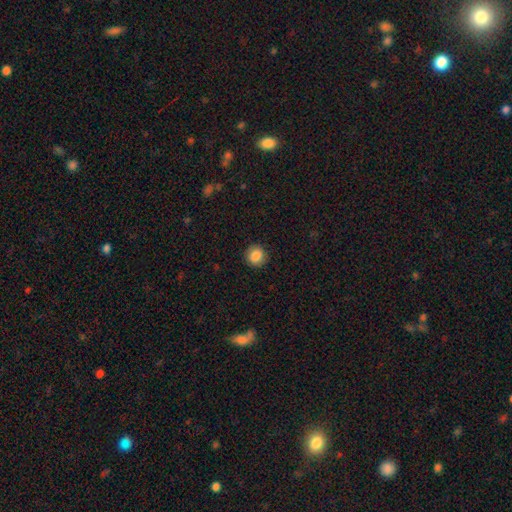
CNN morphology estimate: Overall: smooth (86%). How rounded: round (87%). Merging: none (90%).